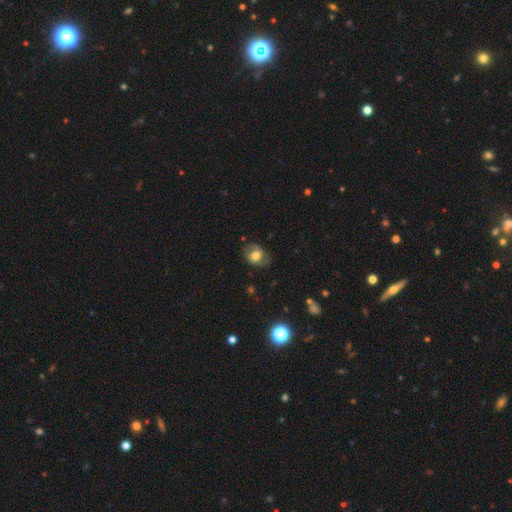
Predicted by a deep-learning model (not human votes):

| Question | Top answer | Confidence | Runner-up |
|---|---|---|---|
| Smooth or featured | featured or disk | 47% | smooth (44%) |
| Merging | none | 74% | minor disturbance (18%) |